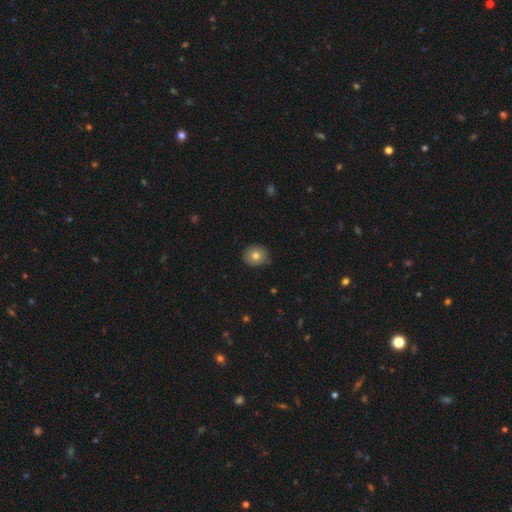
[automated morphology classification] Overall: smooth (75%). How rounded: round (76%). Merging: none (80%).